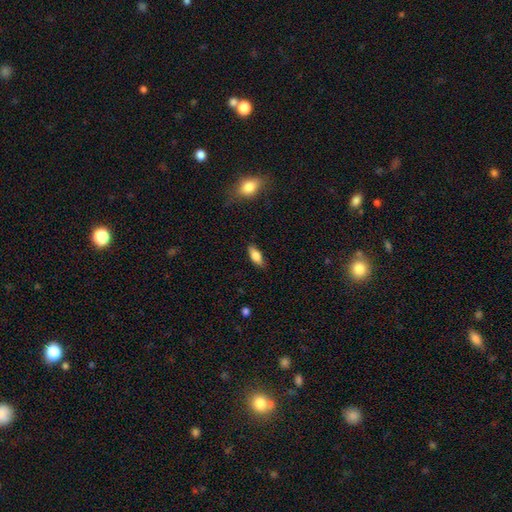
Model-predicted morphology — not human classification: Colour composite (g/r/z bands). It shows a smooth galaxy with no disk features (78%) that is in between round and cigar-shaped (78%). Merging: none (83%).